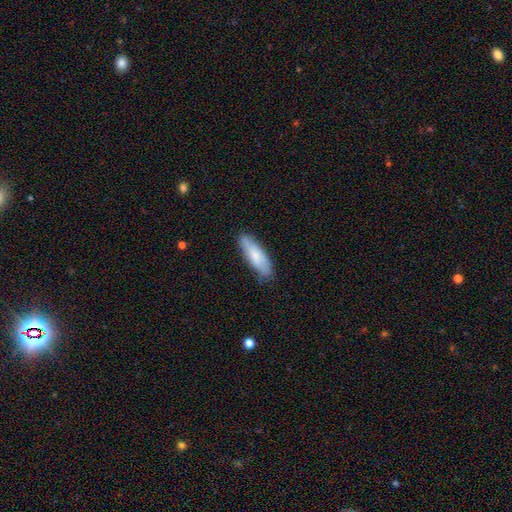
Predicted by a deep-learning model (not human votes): Smooth or featured? smooth (73%)
How rounded? cigar-shaped (56%)
Merging? none (80%)